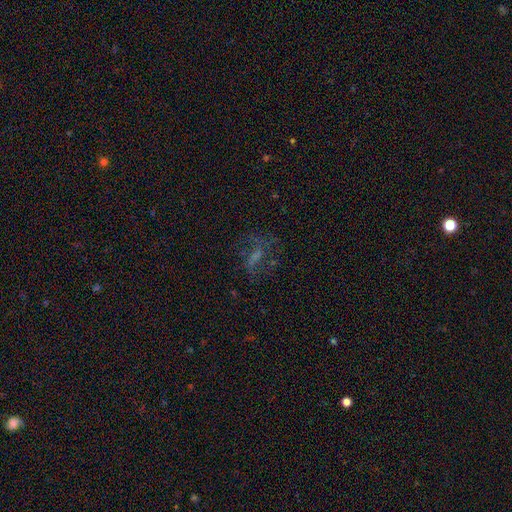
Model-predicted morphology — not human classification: Smooth or featured? featured or disk (46%)
Merging? none (51%)